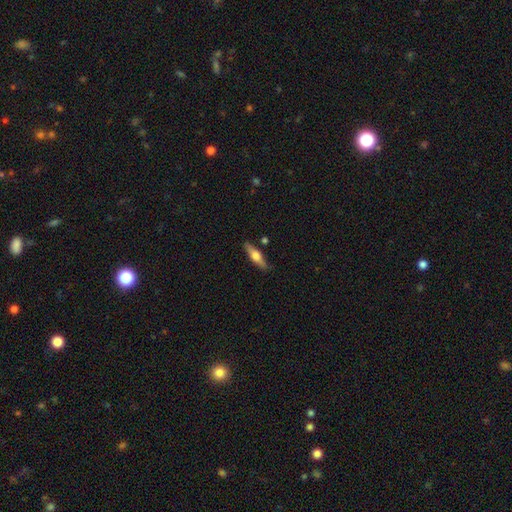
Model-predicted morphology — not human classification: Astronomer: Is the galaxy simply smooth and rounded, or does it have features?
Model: featured or disk — 52% (runner-up: smooth, 43%).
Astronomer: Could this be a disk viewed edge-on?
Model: yes — 93%.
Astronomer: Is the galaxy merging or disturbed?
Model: none — 85%.